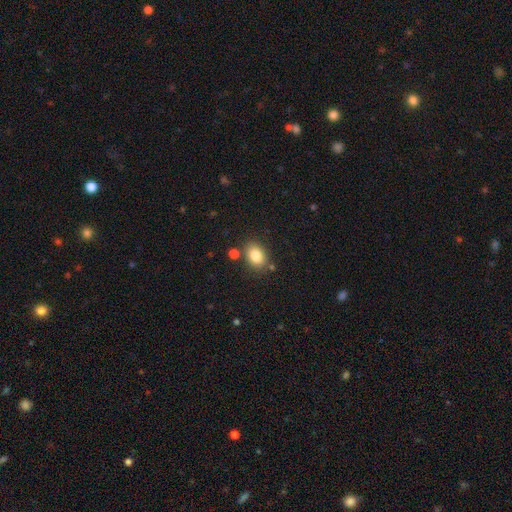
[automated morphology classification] type=smooth (82%); roundness=in between (73%); merging=none (79%).